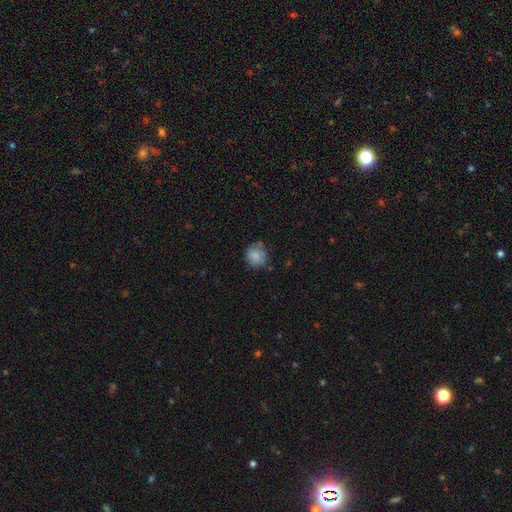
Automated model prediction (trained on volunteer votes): This appears to be a smooth galaxy with no disk features (80%) that is round (79%). Merging: none (65%).